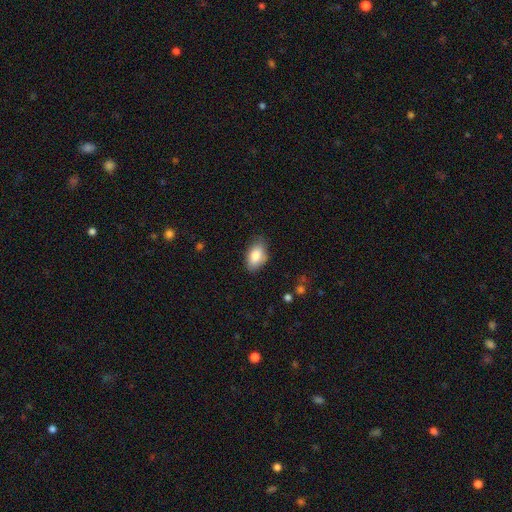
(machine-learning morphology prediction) Smooth or featured?
  - smooth: 83% *
  - featured or disk: 10%
  - star or artifact: 7%
How rounded?
  - in between: 90% *
  - round: 8%
  - cigar-shaped: 2%
Merging?
  - none: 71% *
  - minor disturbance: 23%
  - major disturbance: 4%
  - merger: 2%